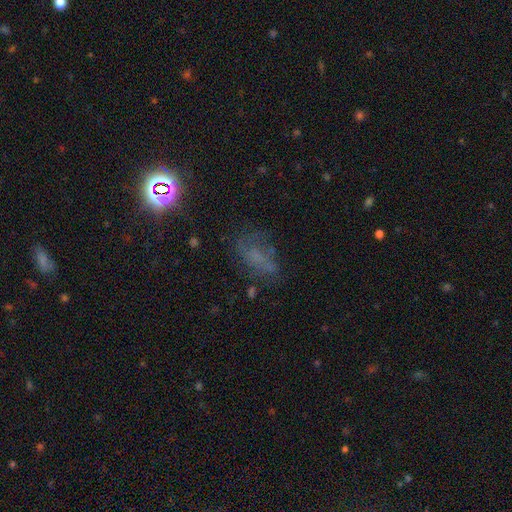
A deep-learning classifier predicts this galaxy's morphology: Smooth or featured: smooth — 38% (featured or disk — 32%)
Merging: none — 52% (minor disturbance — 23%)